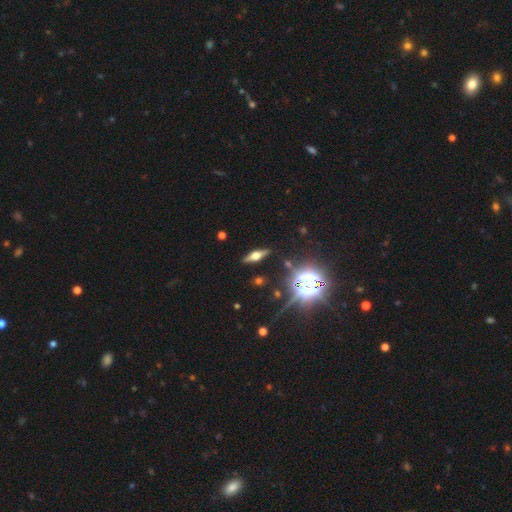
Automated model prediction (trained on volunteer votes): A featured or disk galaxy (59%) viewed edge-on (93%) with a rounded central bulge (93%).

Vote fractions:
- Smooth or featured? featured or disk: 59% / smooth: 26% / star or artifact: 15%
- Edge-on disk? yes: 93% / no: 7%
- Edge-on bulge? rounded: 93% / boxy: 5% / none: 2%
- Merging? none: 87% / minor disturbance: 9% / major disturbance: 3% / merger: 2%